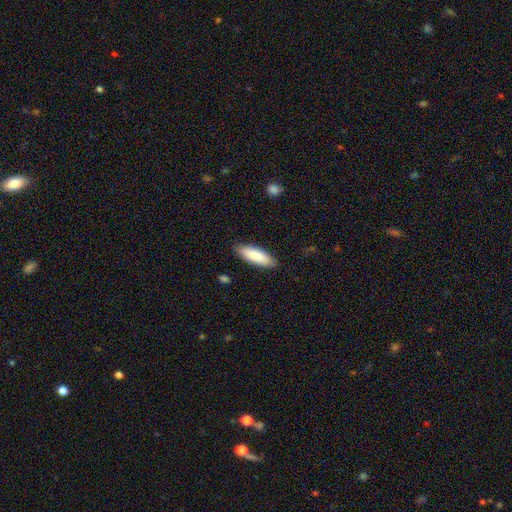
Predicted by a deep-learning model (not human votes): smooth-or-featured: smooth: 86% | featured or disk: 9% | star or artifact: 5%
  how-rounded: in between: 53% | cigar-shaped: 46% | round: 1%
  merging: none: 88% | minor disturbance: 9% | major disturbance: 2% | merger: 1%